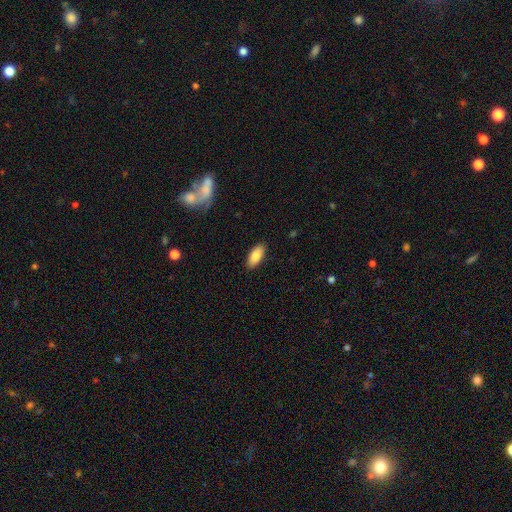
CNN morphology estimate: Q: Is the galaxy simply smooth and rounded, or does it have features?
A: smooth — 85%.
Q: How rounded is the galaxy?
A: in between — 86%.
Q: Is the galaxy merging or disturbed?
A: none — 88%.